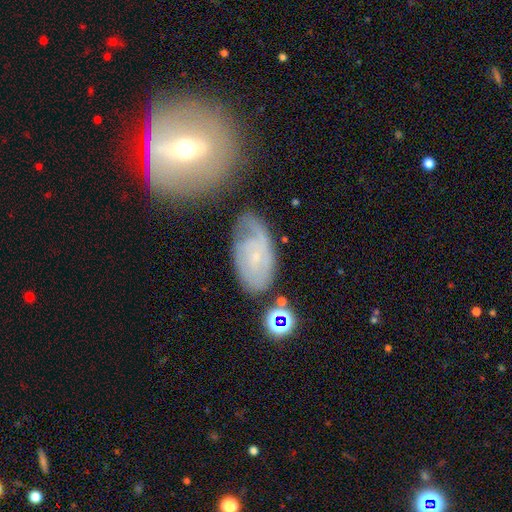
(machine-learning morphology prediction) This is likely a featured or disk galaxy (68%). It is clearly not viewed edge-on (94%). Bar: likely no (65%). Spiral arm pattern: clearly yes (87%). Spiral arm count: marginally can't tell (43%). Spiral winding: possibly tight (55%). Central bulge: clearly small (81%). Merging: possibly none (57%).